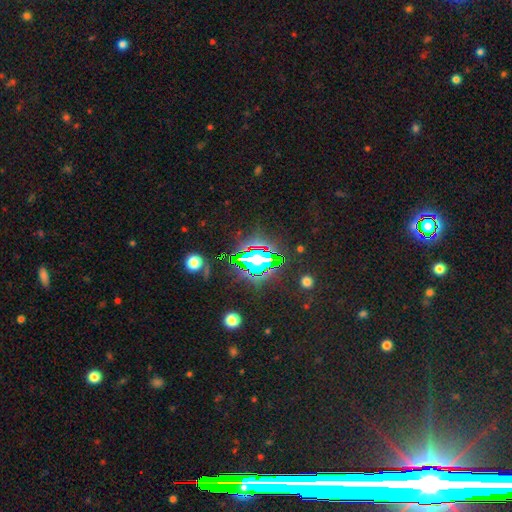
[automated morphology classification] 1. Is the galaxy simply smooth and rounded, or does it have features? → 75% star or artifact, 15% smooth, 10% featured or disk.